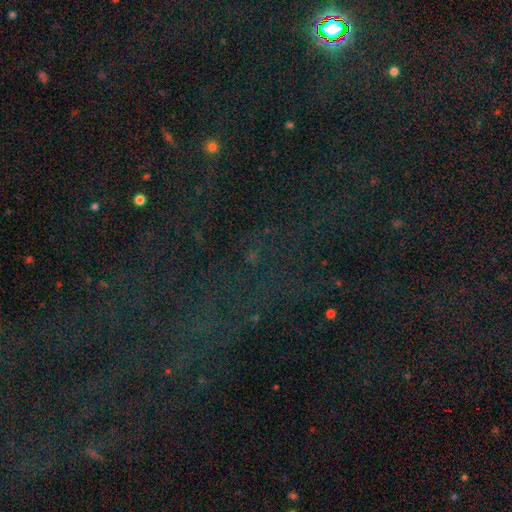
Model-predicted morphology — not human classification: This appears to be a star or artifact, not a galaxy (79%).